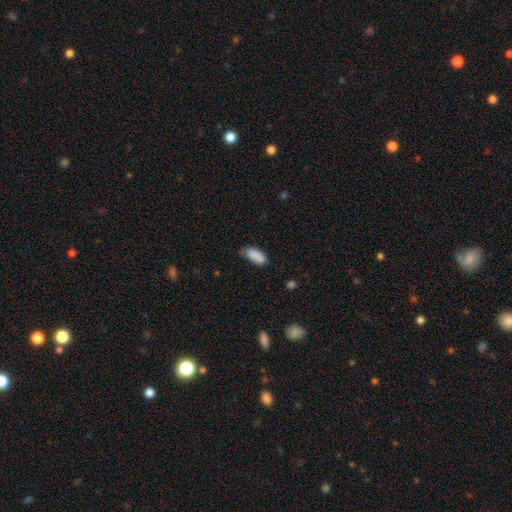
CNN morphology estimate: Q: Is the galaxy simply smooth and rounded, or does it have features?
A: smooth — 88%.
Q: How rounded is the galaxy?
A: in between — 85%.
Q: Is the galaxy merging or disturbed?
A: none — 63%.